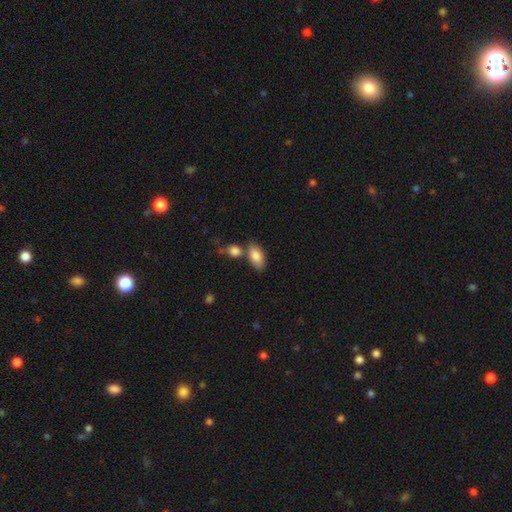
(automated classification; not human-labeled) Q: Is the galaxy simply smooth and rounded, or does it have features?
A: smooth — 84%.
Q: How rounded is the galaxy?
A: in between — 92%.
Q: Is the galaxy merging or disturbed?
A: none — 62%.